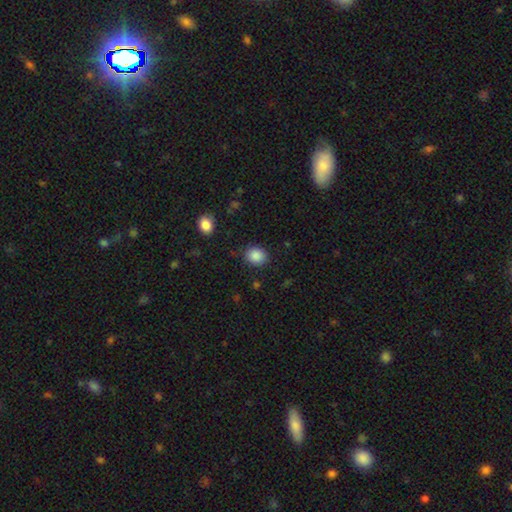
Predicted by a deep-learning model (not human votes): Smooth or featured? smooth (88%)
How rounded? round (66%)
Merging? none (86%)